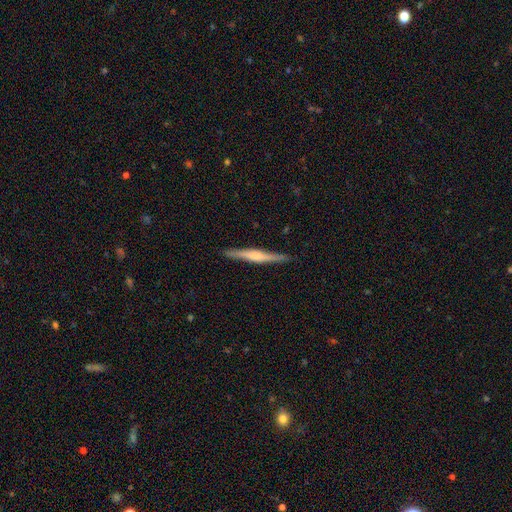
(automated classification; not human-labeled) featured or disk 65%, smooth 30%, star or artifact 5%. Down the decision tree: edge-on disk — yes (98%); edge-on bulge — rounded (63%); merging — none (90%).